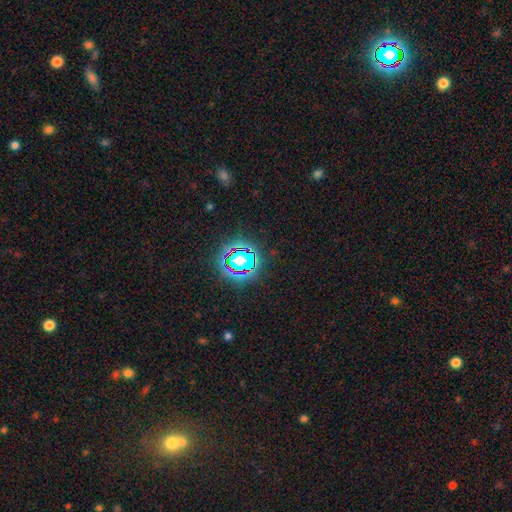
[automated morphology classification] Q: Smooth or featured?
A: star or artifact (79%); runner-up: smooth (14%)